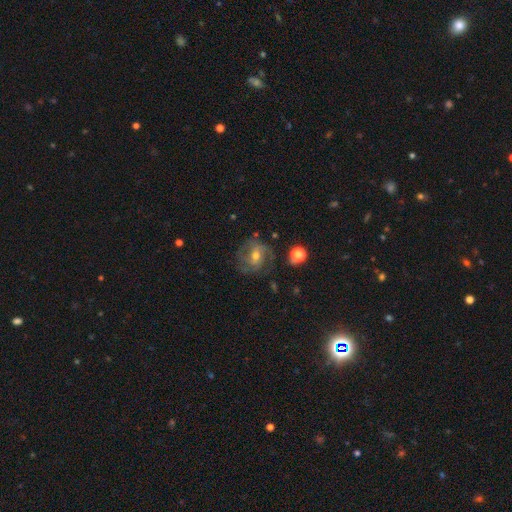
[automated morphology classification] This is likely a featured or disk galaxy (68%). It is clearly not viewed edge-on (97%). Bar: possibly no (47%). Spiral arm pattern: clearly yes (86%). Spiral arm count: marginally 2 (43%). Spiral winding: possibly medium (46%). Central bulge: possibly moderate (59%). Merging: likely none (65%).